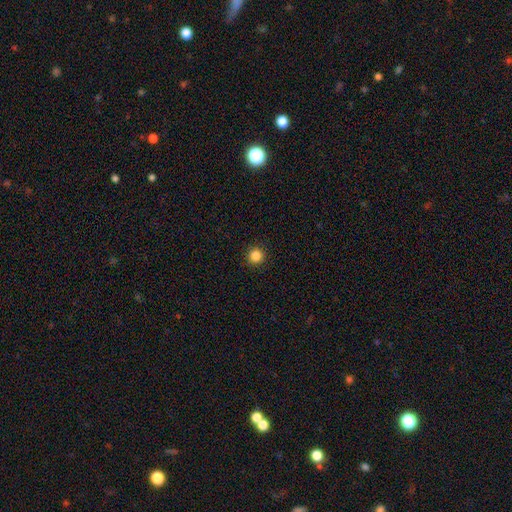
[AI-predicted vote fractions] smooth-or-featured: smooth: 85% | star or artifact: 12% | featured or disk: 3%
  how-rounded: round: 96% | in between: 3% | cigar-shaped: 1%
  merging: none: 93% | minor disturbance: 5% | major disturbance: 2% | merger: 1%